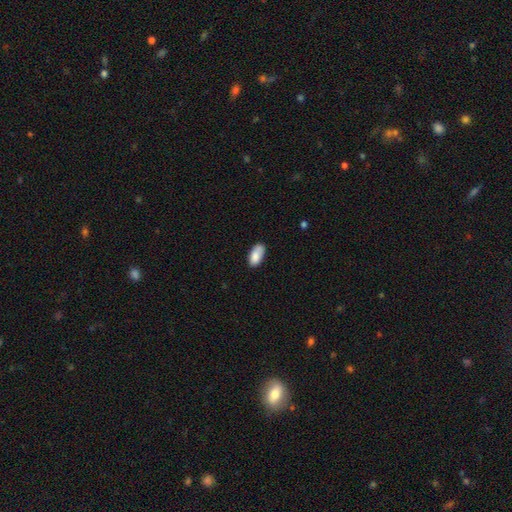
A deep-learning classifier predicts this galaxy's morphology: smooth-or-featured: smooth: 84% | featured or disk: 8% | star or artifact: 7%
  how-rounded: in between: 92% | cigar-shaped: 5% | round: 3%
  merging: none: 68% | minor disturbance: 24% | major disturbance: 5% | merger: 3%